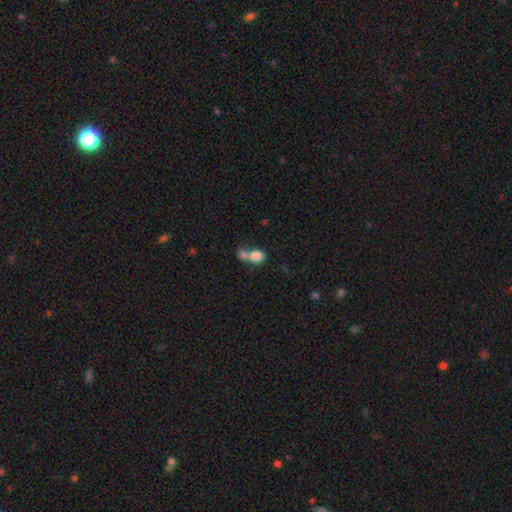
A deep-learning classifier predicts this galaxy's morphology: smooth_or_featured: smooth (p=0.80) [alt: featured or disk p=0.11]
how_rounded: in between (p=0.50) [alt: round p=0.48]
merging: merger (p=0.63) [alt: none p=0.24]